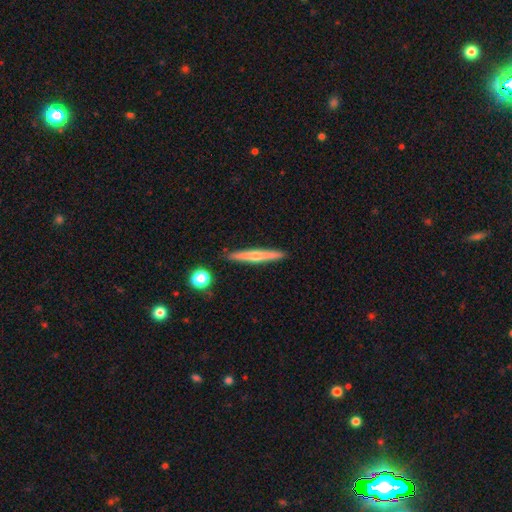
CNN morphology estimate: Q: Smooth or featured?
A: featured or disk (54%); runner-up: smooth (39%)
Q: Edge-on disk?
A: yes (96%); runner-up: no (4%)
Q: Edge-on bulge?
A: rounded (72%); runner-up: none (24%)
Q: Merging?
A: none (90%); runner-up: minor disturbance (7%)